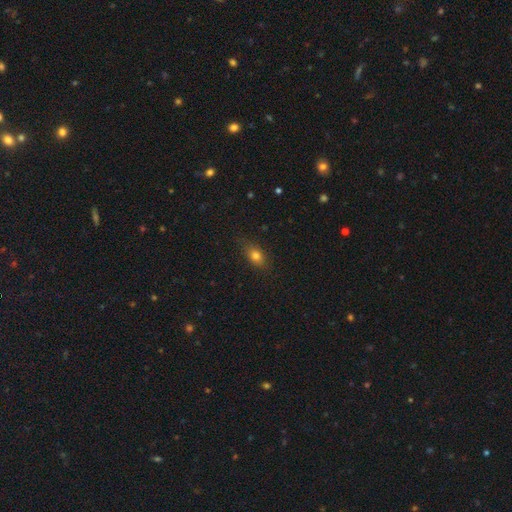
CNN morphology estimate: This is likely a smooth galaxy (78%). How rounded: likely in between (74%). Merging: likely none (77%).